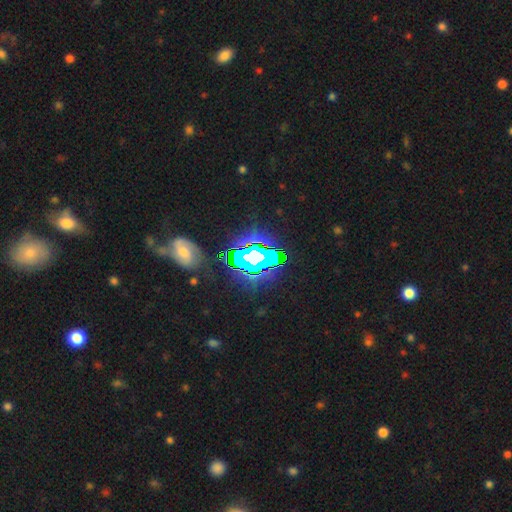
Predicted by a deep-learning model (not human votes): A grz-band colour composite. It shows a star or artifact, not a galaxy (69%).